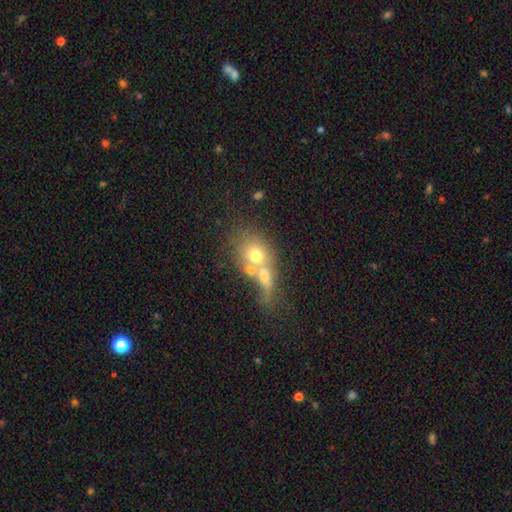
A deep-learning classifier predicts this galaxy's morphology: Smooth or featured? smooth (58%)
How rounded? round (59%)
Merging? merger (64%)